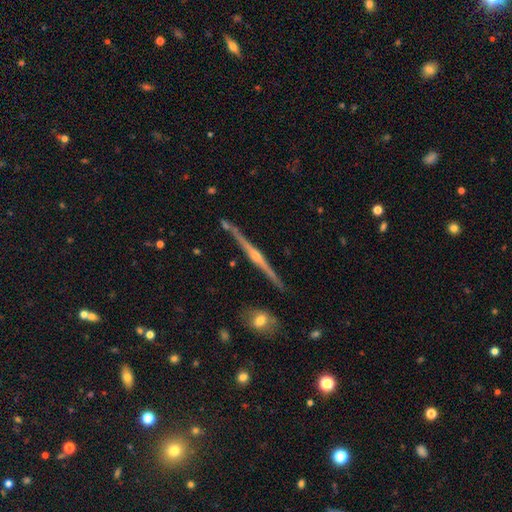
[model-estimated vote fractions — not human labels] smooth-or-featured: featured or disk: 86% | smooth: 8% | star or artifact: 6%
  disk-edge-on: yes: 98% | no: 2%
    edge-on-bulge: rounded: 85% | none: 9% | boxy: 7%
  merging: none: 88% | minor disturbance: 8% | merger: 2% | major disturbance: 2%